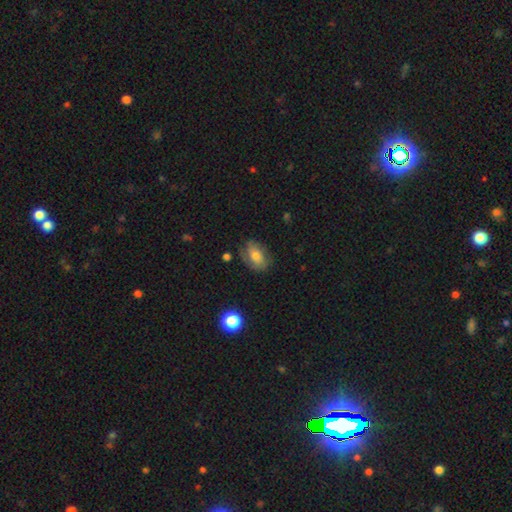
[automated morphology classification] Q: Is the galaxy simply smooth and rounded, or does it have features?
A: smooth — 66%.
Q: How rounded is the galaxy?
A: in between — 82%.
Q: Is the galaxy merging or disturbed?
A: none — 68%.